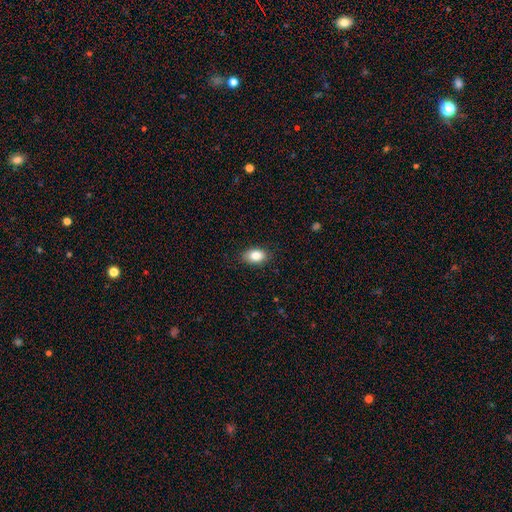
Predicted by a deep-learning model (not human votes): Smooth or featured? Predicted: smooth (p=0.85). How rounded? Predicted: in between (p=0.86). Merging? Predicted: none (p=0.86).